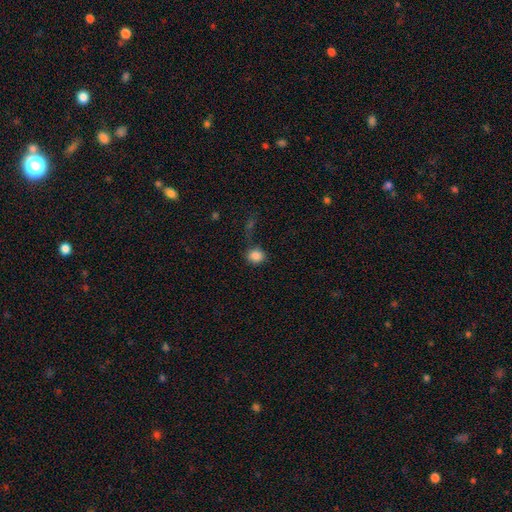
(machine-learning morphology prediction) Smooth or featured? smooth (85%)
How rounded? round (74%)
Merging? none (69%)